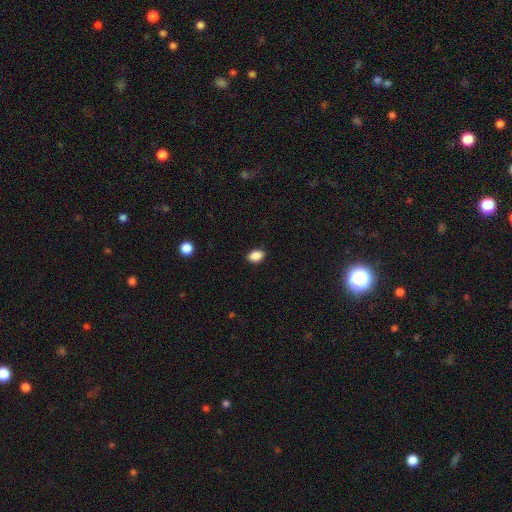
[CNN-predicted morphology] A smooth galaxy with no disk features (89%) that is in between round and cigar-shaped (78%).

Vote fractions:
- Smooth or featured? smooth: 89% / star or artifact: 8% / featured or disk: 3%
- How rounded? in between: 78% / round: 21% / cigar-shaped: 1%
- Merging? none: 88% / minor disturbance: 9% / major disturbance: 2% / merger: 1%